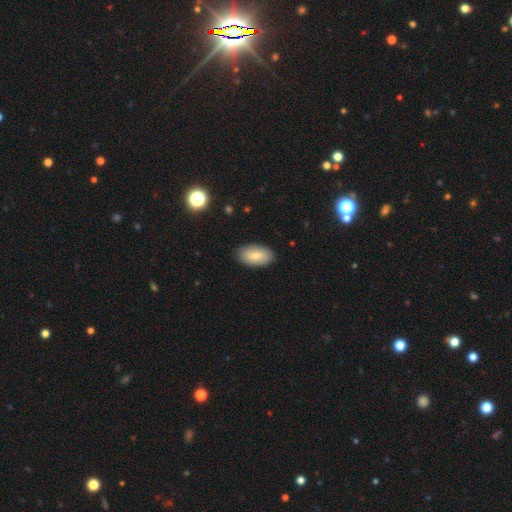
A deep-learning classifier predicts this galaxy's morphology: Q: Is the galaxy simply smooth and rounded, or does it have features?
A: smooth — 76%.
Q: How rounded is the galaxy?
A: in between — 94%.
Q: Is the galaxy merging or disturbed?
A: none — 88%.